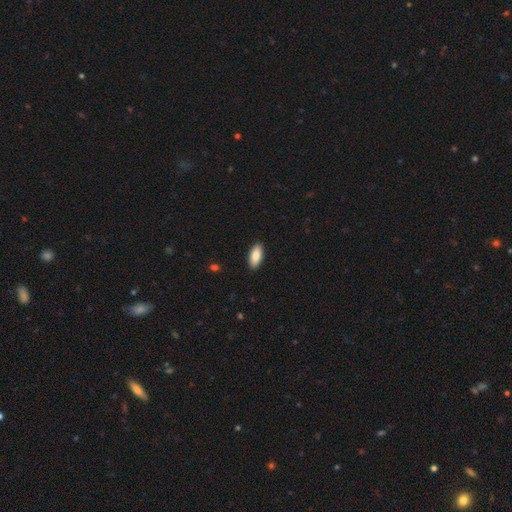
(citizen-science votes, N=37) Smooth or featured? 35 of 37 (95%) said smooth. How rounded? 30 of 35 (86%) said in between. Merging? 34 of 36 (94%) said none.